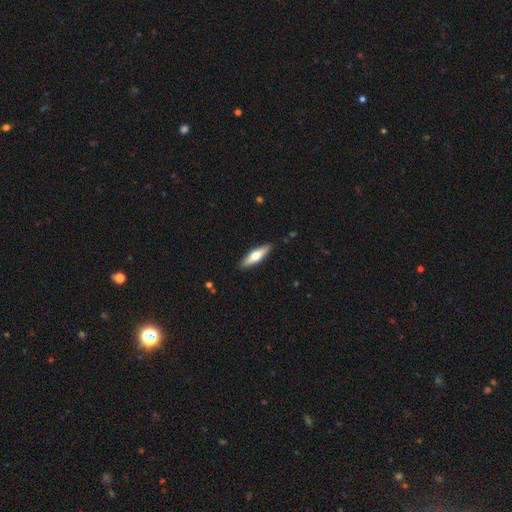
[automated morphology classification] Smooth or featured? Predicted: smooth (p=0.54). How rounded? Predicted: cigar-shaped (p=0.65). Merging? Predicted: none (p=0.90).